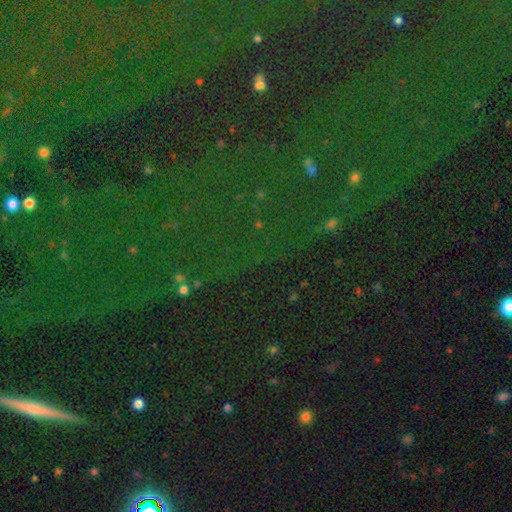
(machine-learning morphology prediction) Smooth or featured?
  - star or artifact: 80% *
  - smooth: 12%
  - featured or disk: 8%